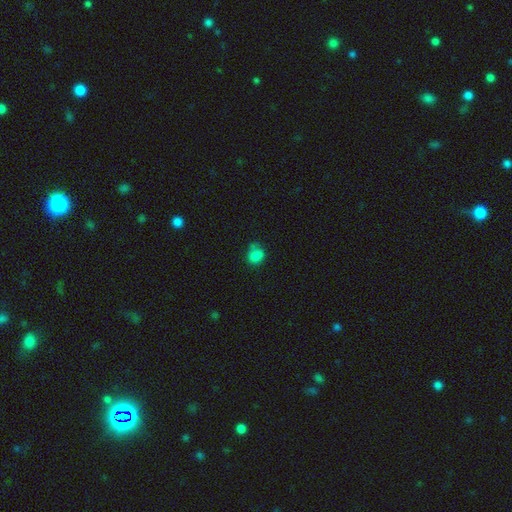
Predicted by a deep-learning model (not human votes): Morphology: type=smooth (79%); roundness=round (51%); merging=none (45%).